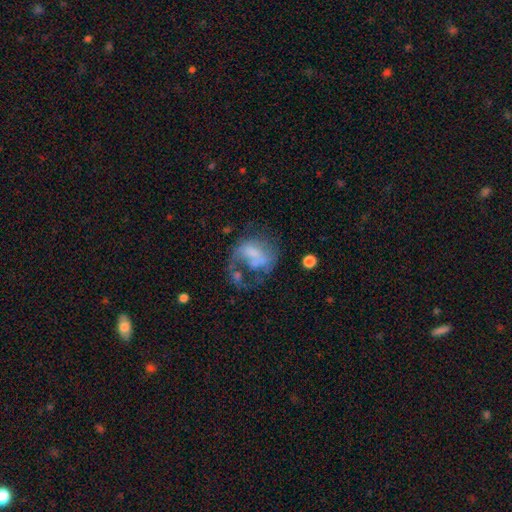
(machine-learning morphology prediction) A featured or disk galaxy (53%) with no bar (66%), no spiral arms (54%) and no central bulge (52%). Merging: major disturbance (49%).